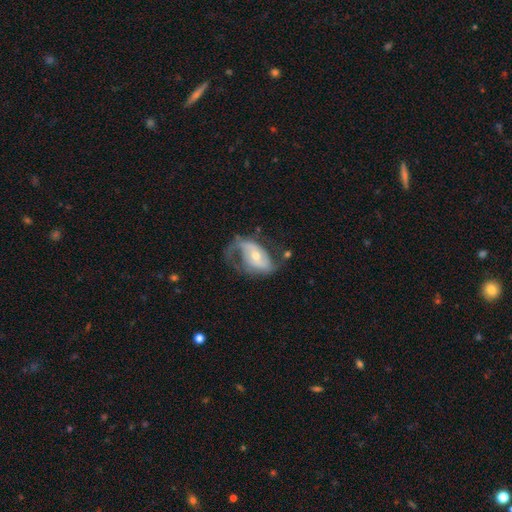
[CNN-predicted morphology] This appears to be a featured or disk galaxy (73%) with no bar (47%), 2 (62%) loose (47%) spiral arms (82%) and a moderate central bulge (52%). Merging: none (37%).